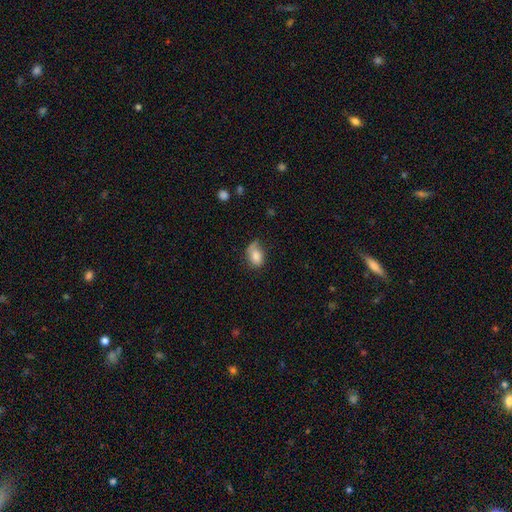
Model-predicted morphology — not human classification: Smooth or featured?
  - smooth: 79% *
  - featured or disk: 13%
  - star or artifact: 8%
How rounded?
  - in between: 82% *
  - round: 16%
  - cigar-shaped: 2%
Merging?
  - none: 44% *
  - minor disturbance: 36%
  - major disturbance: 16%
  - merger: 4%